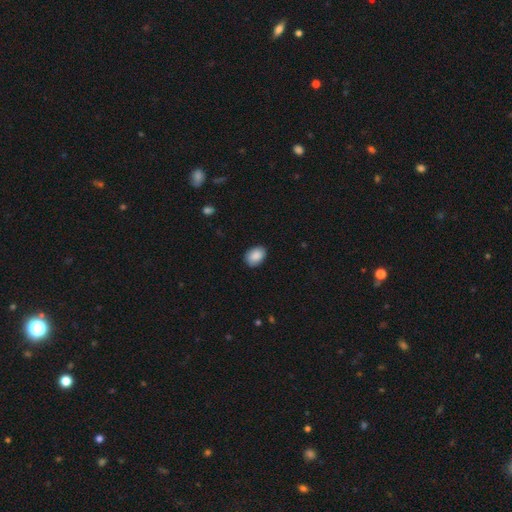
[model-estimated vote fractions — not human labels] Smooth or featured? smooth (89%)
How rounded? in between (81%)
Merging? none (86%)